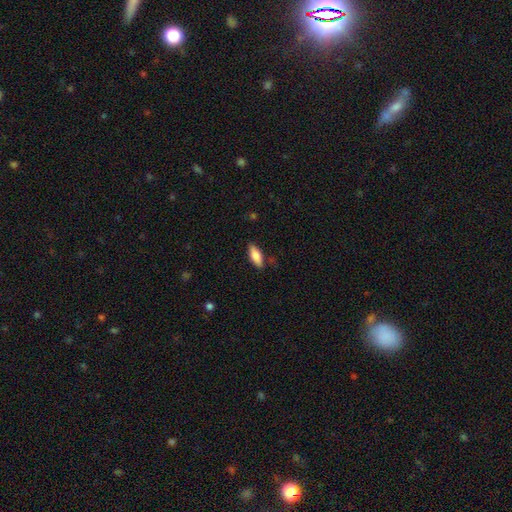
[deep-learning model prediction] This is clearly a smooth galaxy (83%). How rounded: likely in between (70%). Merging: clearly none (83%).